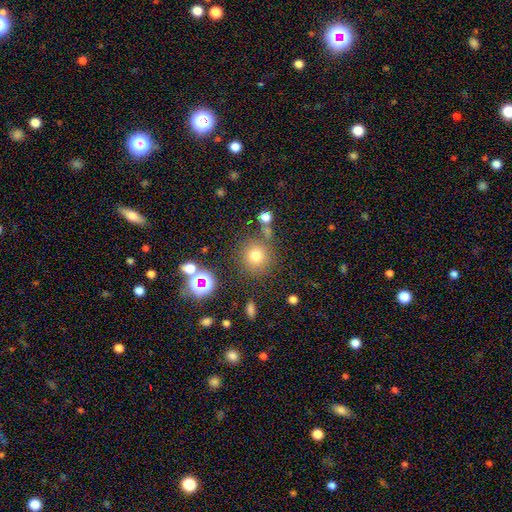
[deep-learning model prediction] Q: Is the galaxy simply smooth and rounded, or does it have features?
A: smooth — 73%.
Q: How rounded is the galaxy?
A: round — 92%.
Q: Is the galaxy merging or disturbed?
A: none — 78%.